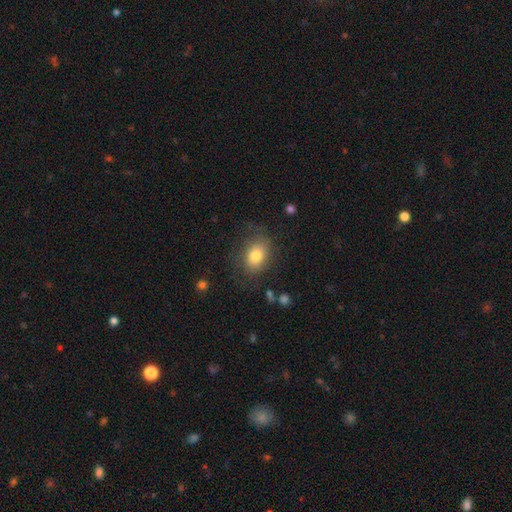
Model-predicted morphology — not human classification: type=smooth (77%); roundness=in between (70%); merging=none (68%).